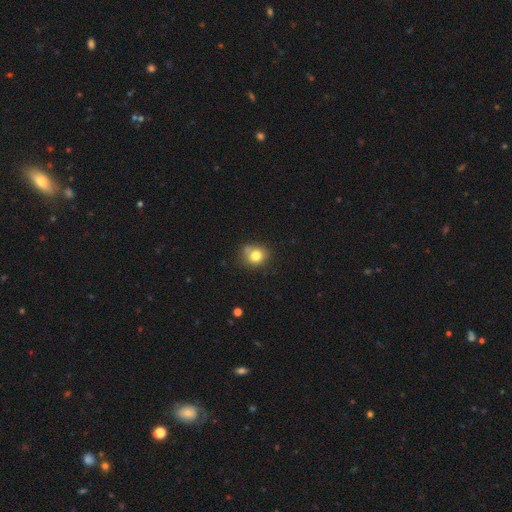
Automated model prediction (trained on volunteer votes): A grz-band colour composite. It shows a smooth galaxy with no disk features (79%) that is round (75%). Merging: none (64%).